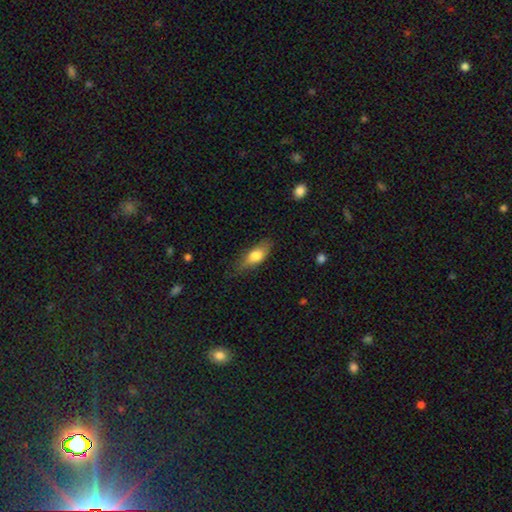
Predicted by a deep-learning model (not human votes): Smooth or featured?
  - smooth: 75% *
  - featured or disk: 18%
  - star or artifact: 7%
How rounded?
  - in between: 73% *
  - cigar-shaped: 23%
  - round: 4%
Merging?
  - none: 69% *
  - minor disturbance: 23%
  - major disturbance: 6%
  - merger: 1%